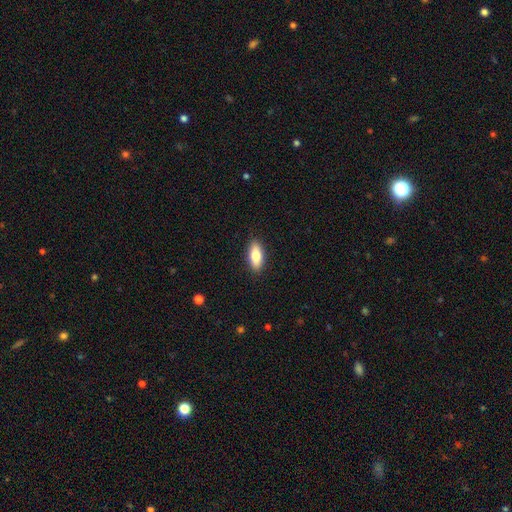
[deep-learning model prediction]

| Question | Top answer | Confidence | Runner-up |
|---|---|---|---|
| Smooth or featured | smooth | 78% | featured or disk (16%) |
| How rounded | in between | 79% | cigar-shaped (18%) |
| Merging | none | 89% | minor disturbance (8%) |